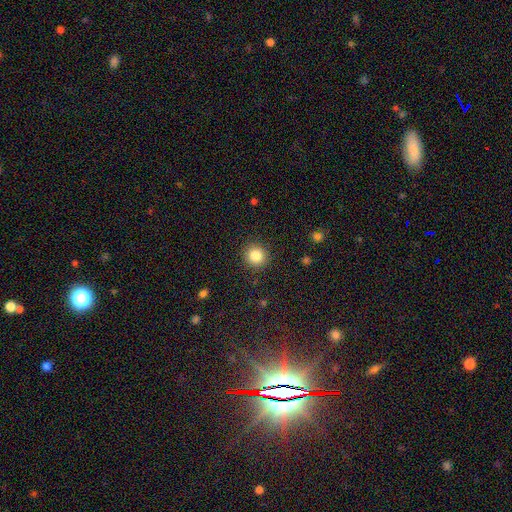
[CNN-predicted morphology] type=smooth (85%); roundness=round (92%); merging=none (91%).